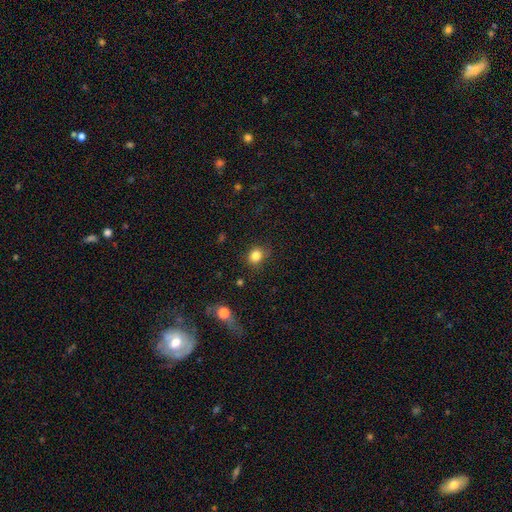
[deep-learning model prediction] The model was most divided on "how rounded": round: 69%, in between: 30%, cigar-shaped: 1%. More confident: smooth or featured — smooth (83%); merging — none (82%).